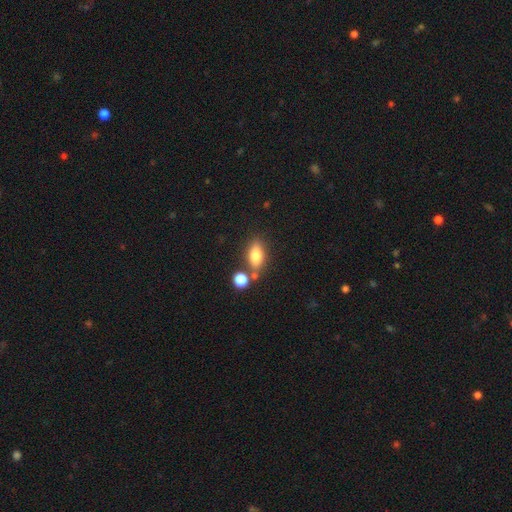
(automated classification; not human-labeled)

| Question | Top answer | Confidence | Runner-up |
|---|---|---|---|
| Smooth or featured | smooth | 78% | featured or disk (13%) |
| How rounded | in between | 80% | cigar-shaped (12%) |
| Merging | none | 68% | merger (16%) |